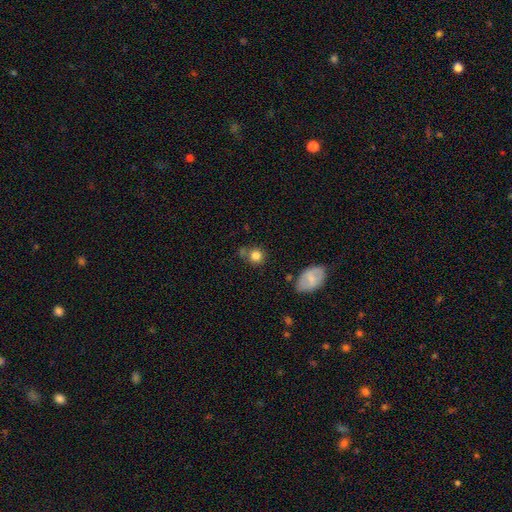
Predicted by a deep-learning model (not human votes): smooth 81%, star or artifact 10%, featured or disk 9%. Down the decision tree: how rounded — round (83%); merging — none (63%).